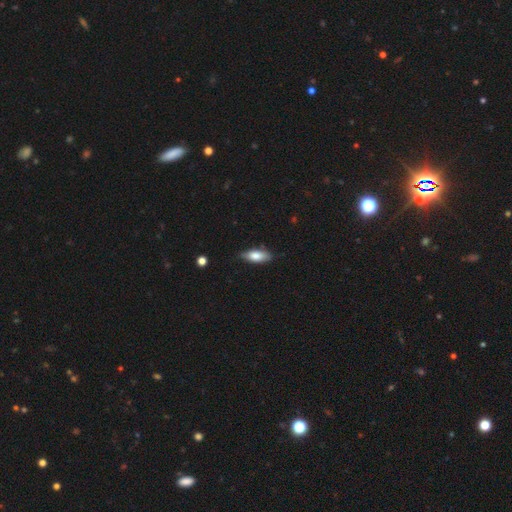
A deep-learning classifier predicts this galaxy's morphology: smooth-or-featured: smooth: 76% | featured or disk: 17% | star or artifact: 6%
  how-rounded: in between: 77% | cigar-shaped: 20% | round: 2%
  merging: none: 73% | minor disturbance: 22% | major disturbance: 3% | merger: 2%